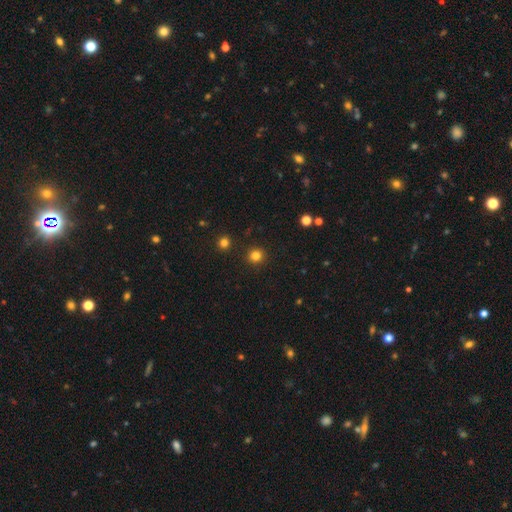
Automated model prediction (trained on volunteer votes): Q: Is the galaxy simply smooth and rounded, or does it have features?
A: smooth — 81%.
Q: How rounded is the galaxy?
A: round — 91%.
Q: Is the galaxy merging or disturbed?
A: none — 91%.